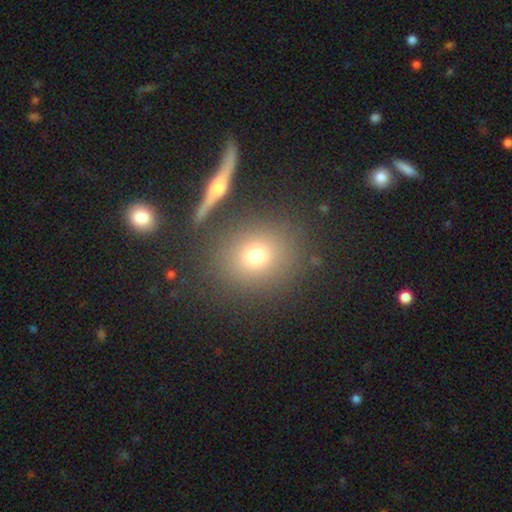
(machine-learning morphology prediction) This is likely a smooth galaxy (70%). How rounded: likely round (78%). Merging: clearly none (80%).